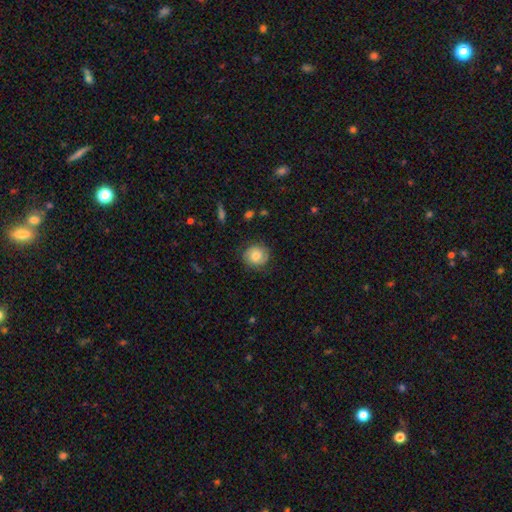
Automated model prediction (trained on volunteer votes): smooth 61%, featured or disk 31%, star or artifact 8%. Down the decision tree: how rounded — round (85%); merging — none (80%).